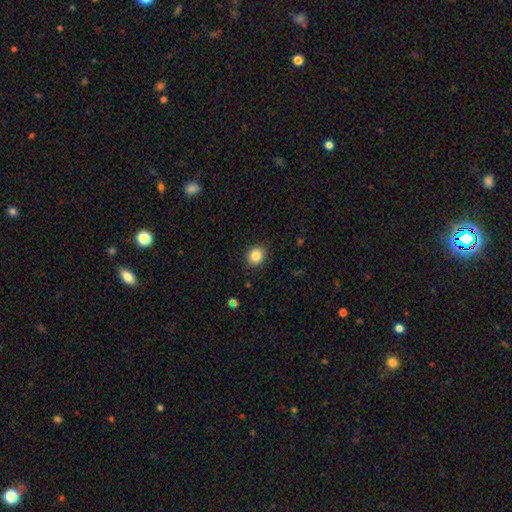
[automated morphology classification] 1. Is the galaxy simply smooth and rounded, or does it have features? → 85% smooth, 10% star or artifact, 5% featured or disk.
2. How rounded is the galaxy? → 72% round, 27% in between, 1% cigar-shaped.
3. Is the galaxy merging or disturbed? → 90% none, 7% minor disturbance, 2% major disturbance, 1% merger.